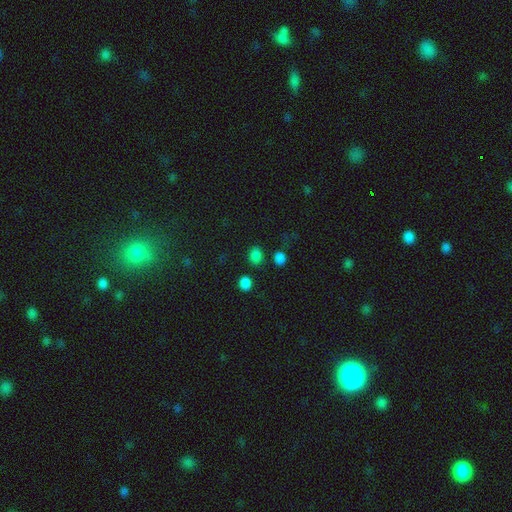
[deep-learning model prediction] smooth 80%, star or artifact 16%, featured or disk 4%. Down the decision tree: how rounded — in between (51%); merging — none (78%).